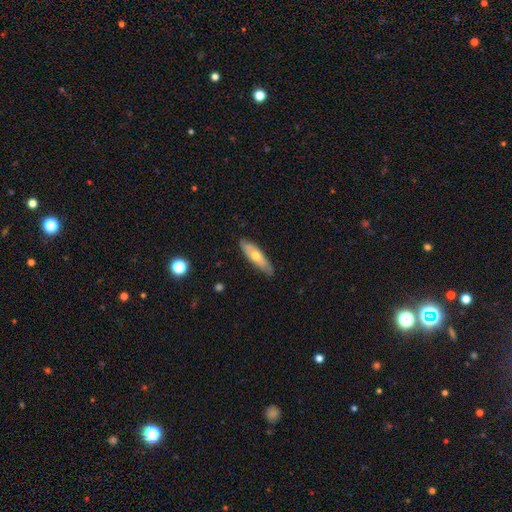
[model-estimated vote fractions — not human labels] This is possibly a smooth galaxy (56%). How rounded: possibly cigar-shaped (58%). Merging: clearly none (81%).